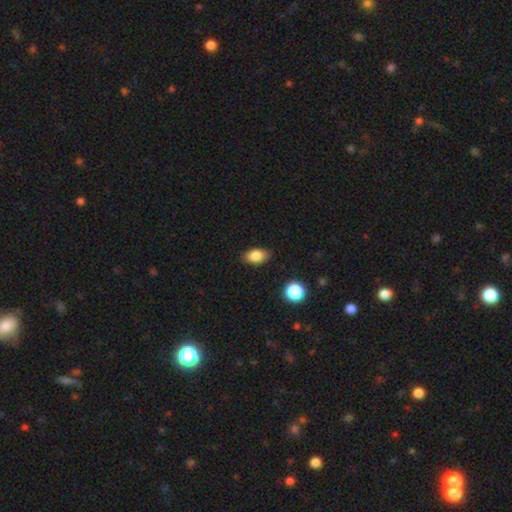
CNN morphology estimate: type=smooth (84%); roundness=in between (87%); merging=none (86%).